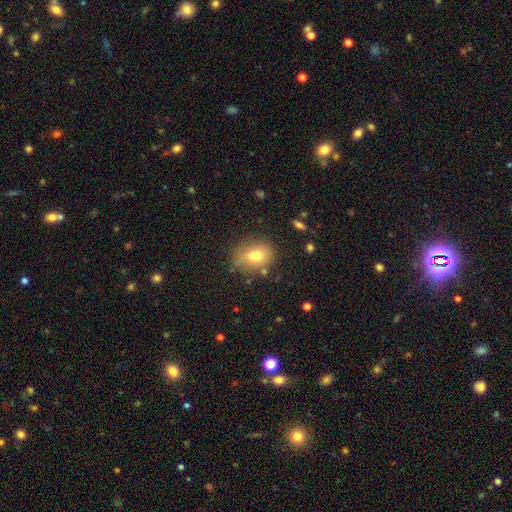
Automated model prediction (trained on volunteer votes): Morphology: type=smooth (73%); roundness=in between (63%); merging=none (63%).